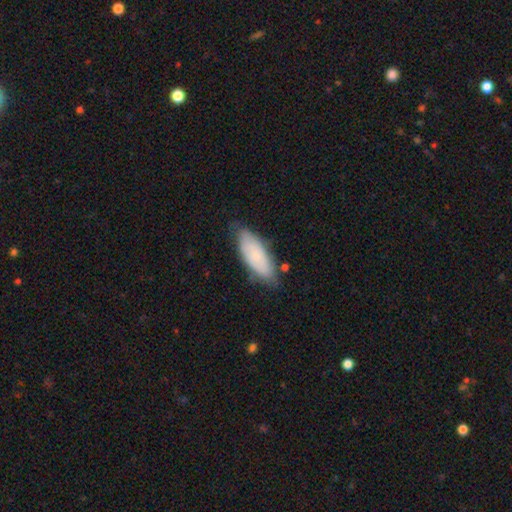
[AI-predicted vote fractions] The model was most divided on "smooth or featured": smooth: 71%, featured or disk: 23%, star or artifact: 6%. More confident: how rounded — in between (74%); merging — none (72%).